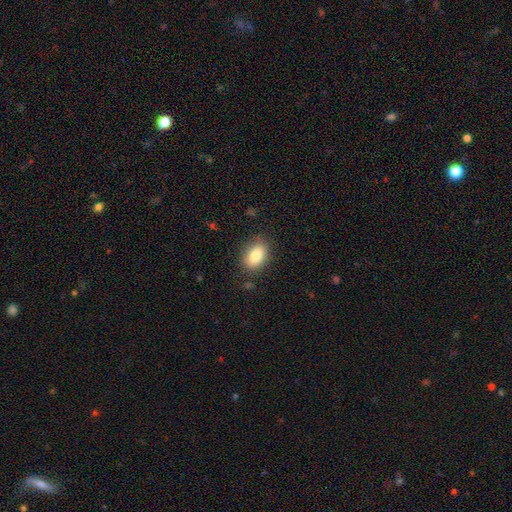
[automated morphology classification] Smooth or featured? smooth (82%)
How rounded? in between (82%)
Merging? none (83%)